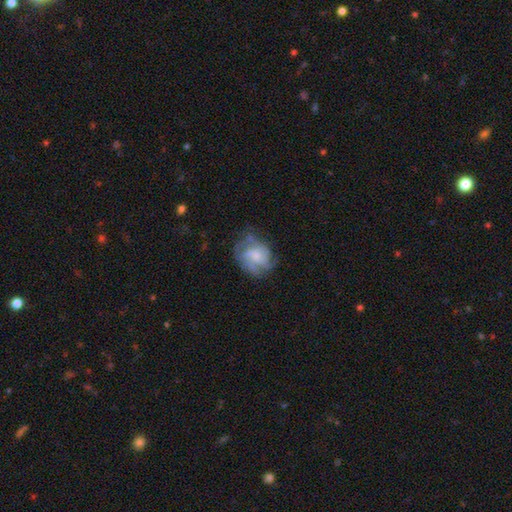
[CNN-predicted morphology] This appears to be a featured or disk galaxy (64%) with no bar (69%), medium (42%) spiral arms (84%) and a small central bulge (40%). Merging: none (58%).